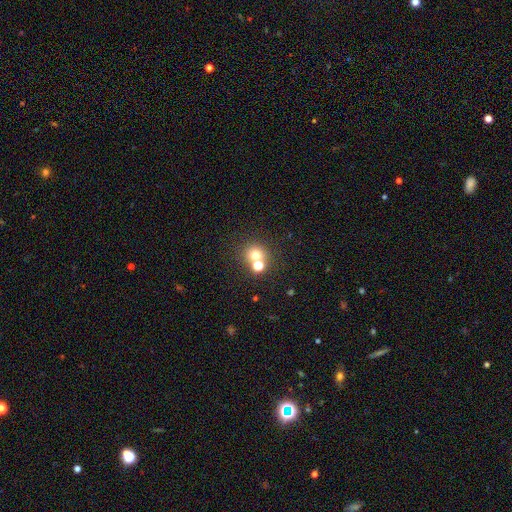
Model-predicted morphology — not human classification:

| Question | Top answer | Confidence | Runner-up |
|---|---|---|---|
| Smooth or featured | smooth | 67% | star or artifact (20%) |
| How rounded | round | 87% | in between (12%) |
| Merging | none | 56% | merger (35%) |